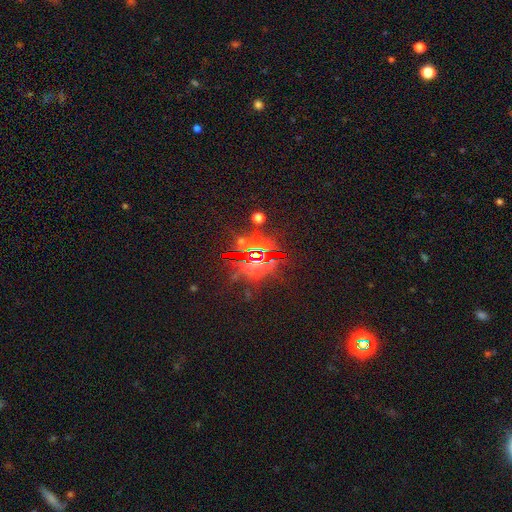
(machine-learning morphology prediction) star or artifact 80%, smooth 11%, featured or disk 9%.